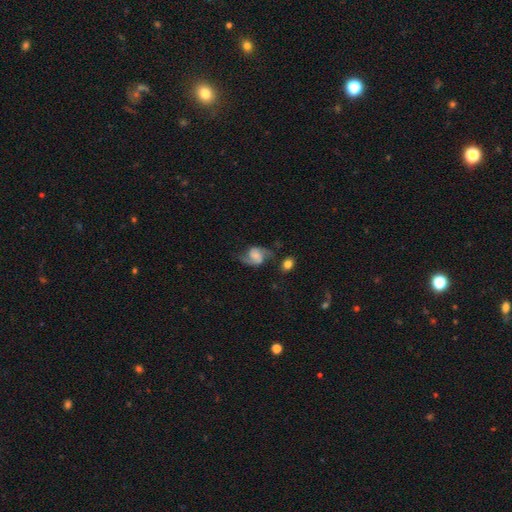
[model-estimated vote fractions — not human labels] Smooth or featured? Predicted: featured or disk (p=0.76). Edge-on disk? Predicted: no (p=0.98). Bar? Predicted: no (p=0.50). Spiral arms? Predicted: yes (p=0.95). Spiral winding? Predicted: loose (p=0.48). Spiral arm count? Predicted: 2 (p=0.91). Bulge size? Predicted: none (p=0.36). Merging? Predicted: none (p=0.62).